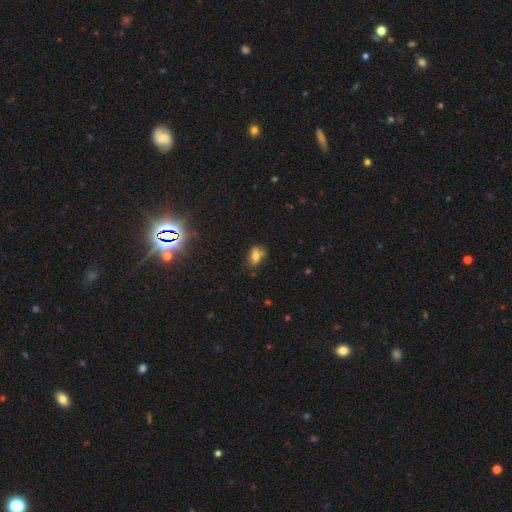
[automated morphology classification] Smooth or featured: smooth — 63% (featured or disk — 22%)
How rounded: in between — 78% (round — 18%)
Merging: none — 53% (minor disturbance — 28%)